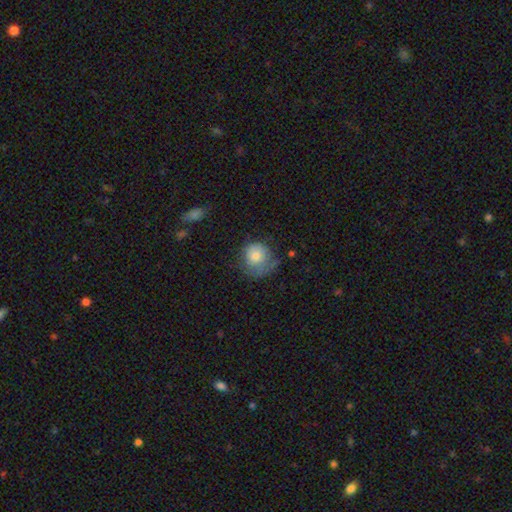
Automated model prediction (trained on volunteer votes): This appears to be a smooth galaxy with no disk features (74%) that is round (85%). Merging: none (47%).